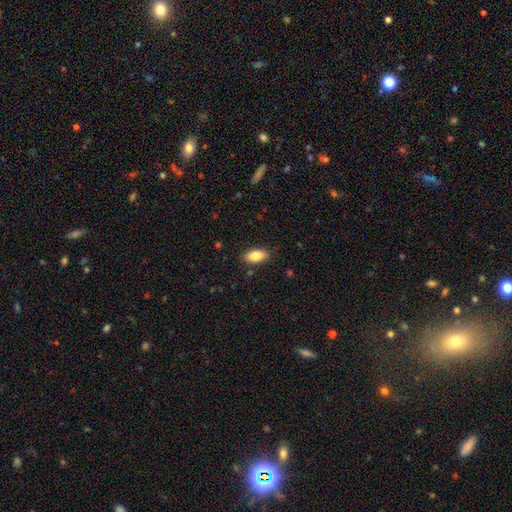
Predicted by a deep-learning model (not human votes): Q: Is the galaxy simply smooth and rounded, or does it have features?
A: smooth — 82%.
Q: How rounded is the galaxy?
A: in between — 91%.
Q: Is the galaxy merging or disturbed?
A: none — 87%.